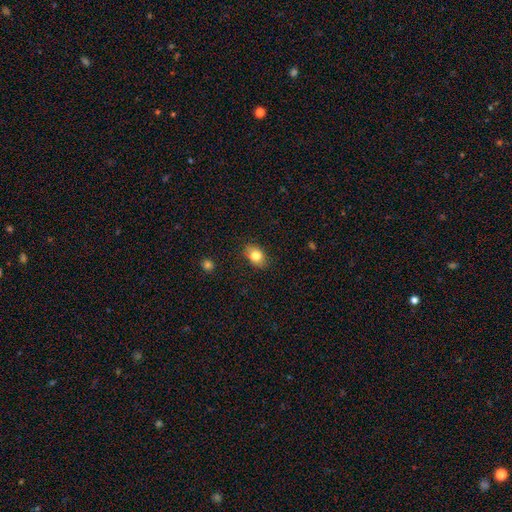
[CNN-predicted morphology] smooth 81%, featured or disk 11%, star or artifact 9%. Down the decision tree: how rounded — in between (75%); merging — none (83%).